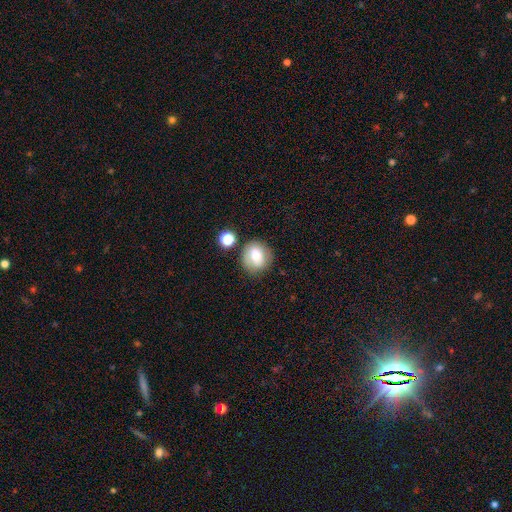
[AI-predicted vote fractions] Smooth or featured? smooth (69%)
How rounded? round (76%)
Merging? none (72%)